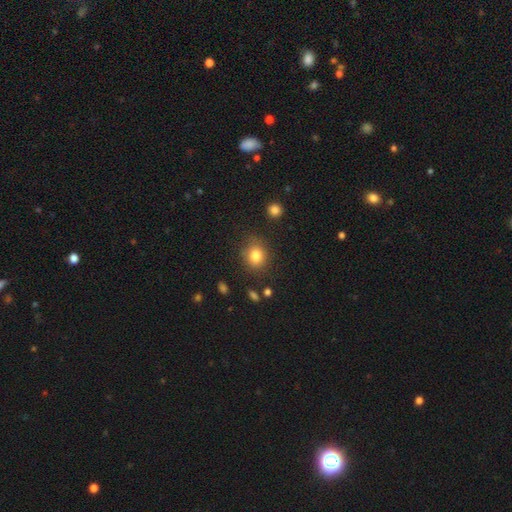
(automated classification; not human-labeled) A smooth galaxy with no disk features (81%) that is round (70%).

Vote fractions:
- Smooth or featured? smooth: 81% / star or artifact: 11% / featured or disk: 7%
- How rounded? round: 70% / in between: 29% / cigar-shaped: 1%
- Merging? none: 81% / minor disturbance: 12% / major disturbance: 4% / merger: 3%